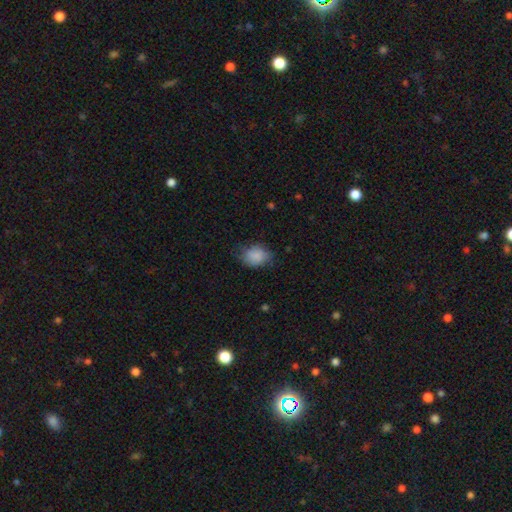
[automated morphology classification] This appears to be a smooth galaxy with no disk features (85%) that is in between round and cigar-shaped (57%). Merging: none (65%).